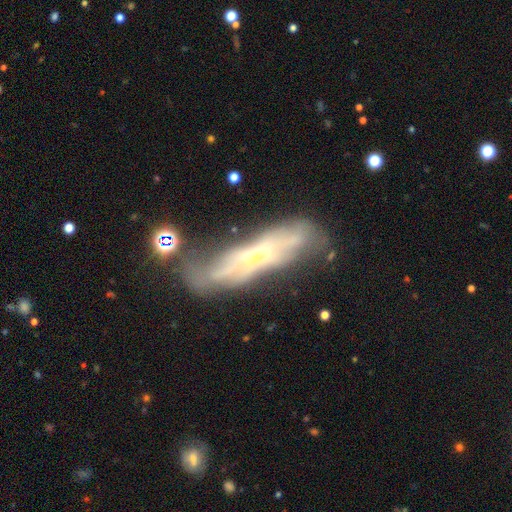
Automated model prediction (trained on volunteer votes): Smooth or featured? featured or disk (64%)
Edge-on disk? no (61%)
Merging? none (42%)